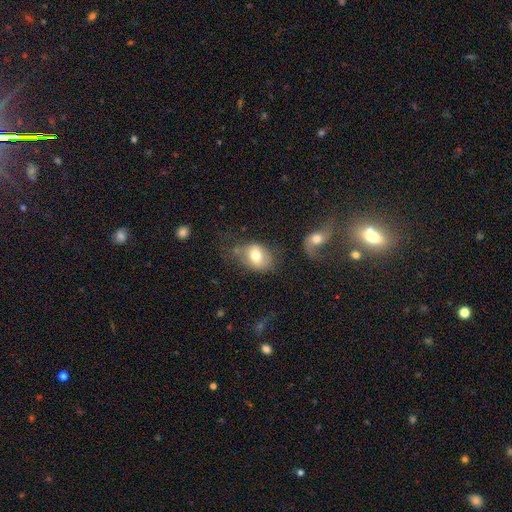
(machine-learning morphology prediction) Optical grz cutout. It shows a smooth galaxy with no disk features (69%) that is in between round and cigar-shaped (62%). Merging: none (49%).